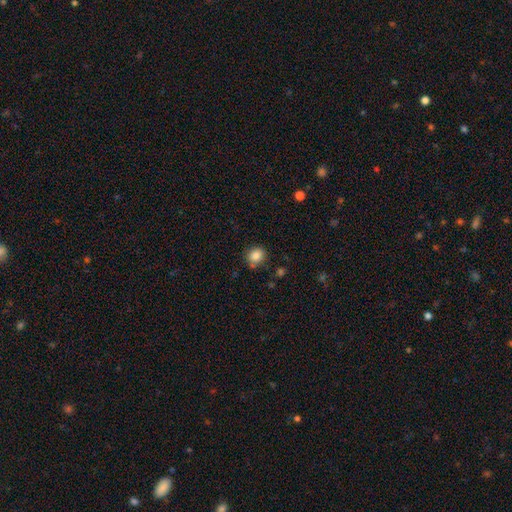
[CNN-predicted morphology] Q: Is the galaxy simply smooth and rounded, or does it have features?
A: smooth — 85%.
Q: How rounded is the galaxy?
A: round — 76%.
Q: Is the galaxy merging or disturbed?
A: none — 76%.